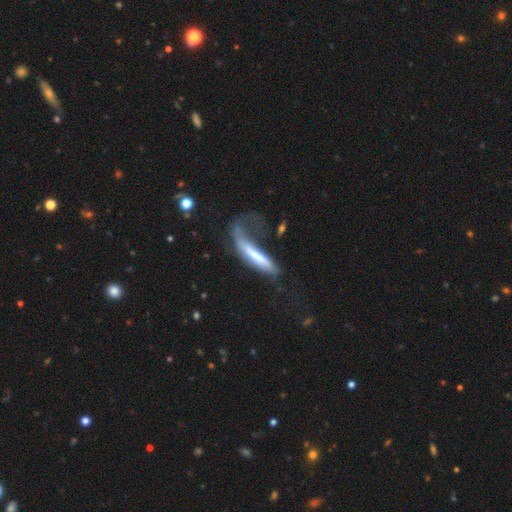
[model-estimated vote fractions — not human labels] A smooth galaxy with no disk features (56%) that is cigar-shaped (84%).

Vote fractions:
- Smooth or featured? smooth: 56% / featured or disk: 37% / star or artifact: 7%
- How rounded? cigar-shaped: 84% / in between: 14% / round: 2%
- Merging? major disturbance: 52% / none: 23% / minor disturbance: 19% / merger: 6%